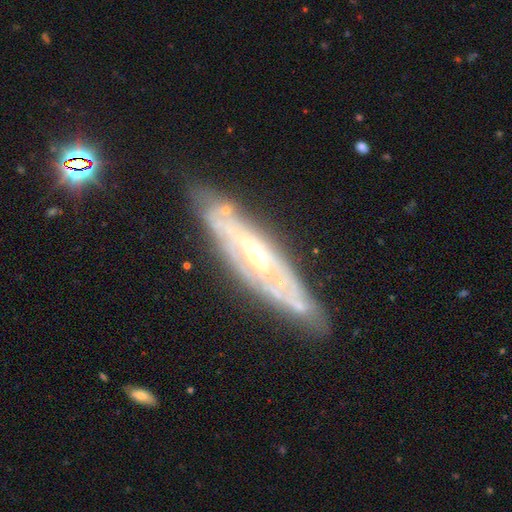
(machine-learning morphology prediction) This appears to be a featured or disk galaxy (84%) with no bar (45%), spiral arms (74%) and a moderate central bulge (63%). Merging: none (75%).